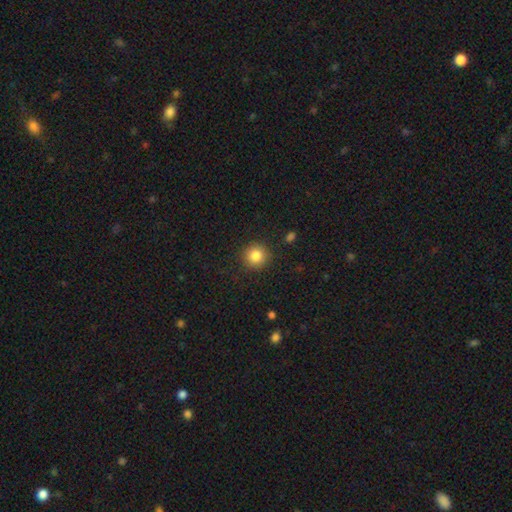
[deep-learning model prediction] This appears to be a smooth galaxy with no disk features (85%) that is round (93%). Merging: none (90%).